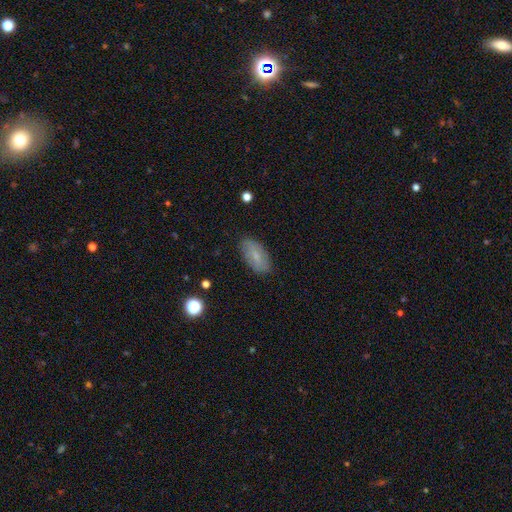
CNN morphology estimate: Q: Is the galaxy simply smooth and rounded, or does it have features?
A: smooth — 67%.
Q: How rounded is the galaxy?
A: in between — 92%.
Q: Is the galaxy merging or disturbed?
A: none — 84%.